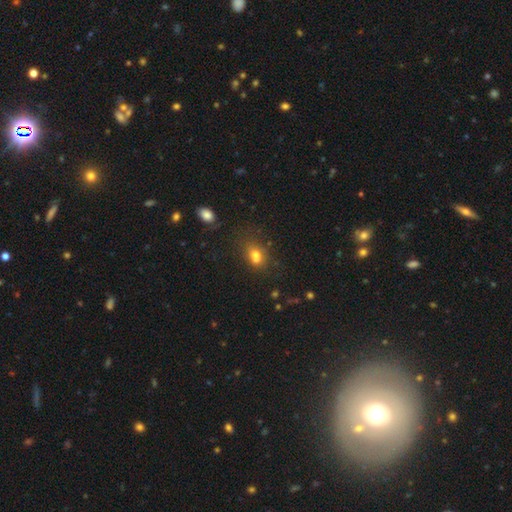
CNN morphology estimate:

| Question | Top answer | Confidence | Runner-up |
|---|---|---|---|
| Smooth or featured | smooth | 72% | star or artifact (14%) |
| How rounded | in between | 62% | round (36%) |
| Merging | none | 45% | merger (29%) |